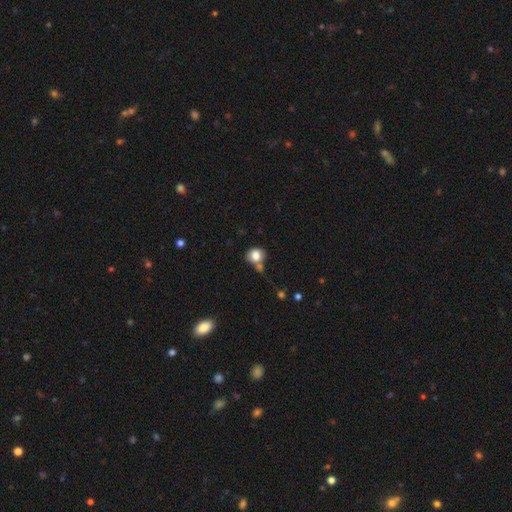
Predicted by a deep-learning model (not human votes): Smooth or featured?
  - smooth: 81% *
  - featured or disk: 9%
  - star or artifact: 9%
How rounded?
  - round: 71% *
  - in between: 28%
  - cigar-shaped: 1%
Merging?
  - none: 55% *
  - merger: 24%
  - minor disturbance: 15%
  - major disturbance: 5%